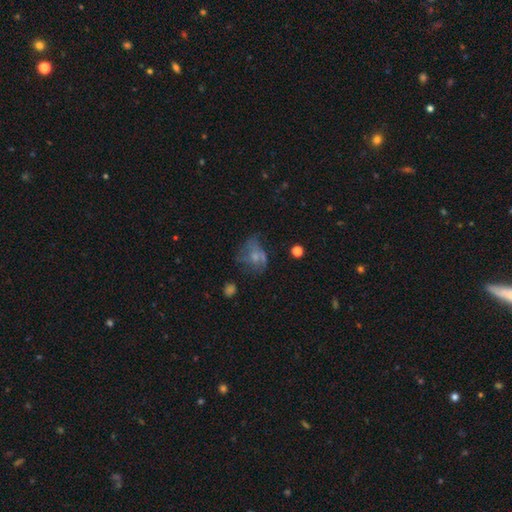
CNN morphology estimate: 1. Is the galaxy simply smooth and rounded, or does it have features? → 46% smooth, 40% featured or disk, 14% star or artifact.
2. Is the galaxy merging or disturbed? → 40% major disturbance, 29% none, 24% minor disturbance, 7% merger.